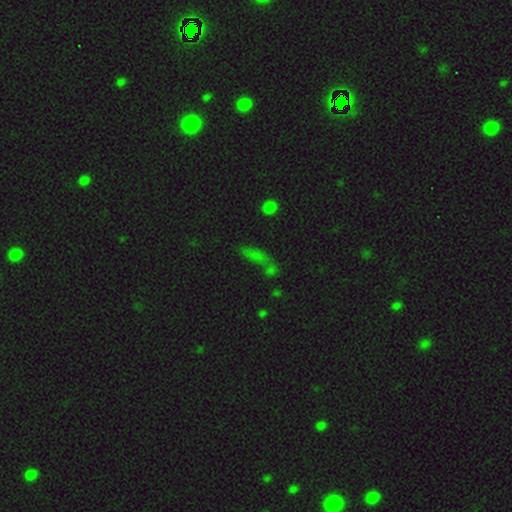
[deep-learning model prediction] Overall: smooth (50%; star or artifact 37%). Merging: none (47%; merger 24%).